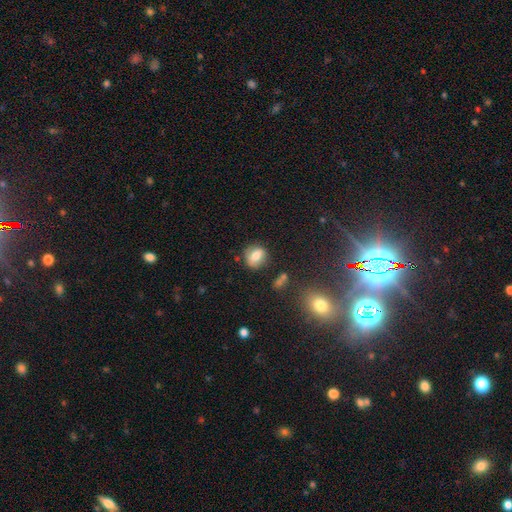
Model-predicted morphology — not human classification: Smooth or featured? Predicted: smooth (p=0.70). How rounded? Predicted: round (p=0.60). Merging? Predicted: none (p=0.75).